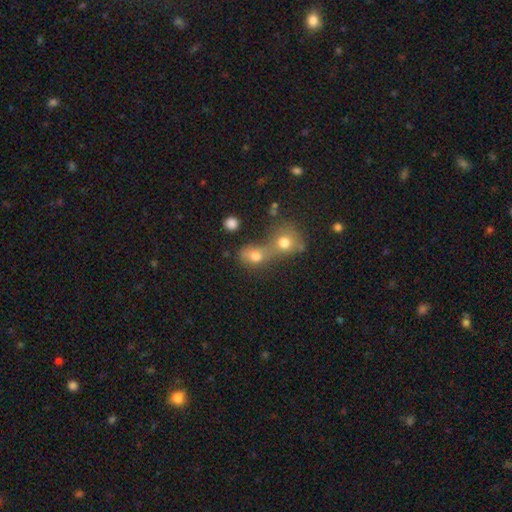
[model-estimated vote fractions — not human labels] A smooth galaxy with no disk features (72%) that is round (57%).

Vote fractions:
- Smooth or featured? smooth: 72% / star or artifact: 15% / featured or disk: 13%
- How rounded? round: 57% / in between: 41% / cigar-shaped: 2%
- Merging? merger: 62% / none: 26% / minor disturbance: 7% / major disturbance: 5%